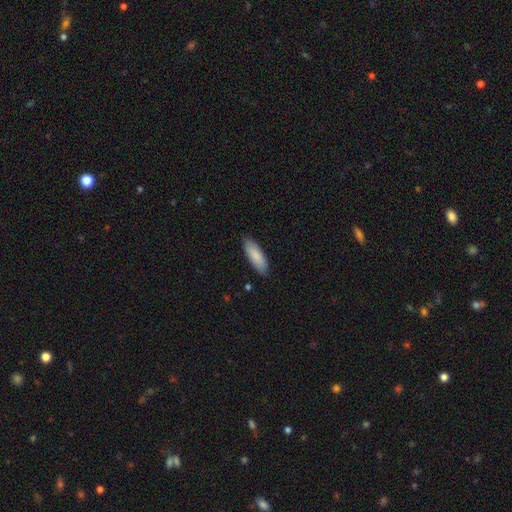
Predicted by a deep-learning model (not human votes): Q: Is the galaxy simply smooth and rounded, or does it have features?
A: smooth — 86%.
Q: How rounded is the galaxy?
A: in between — 62%.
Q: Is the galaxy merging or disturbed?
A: none — 85%.